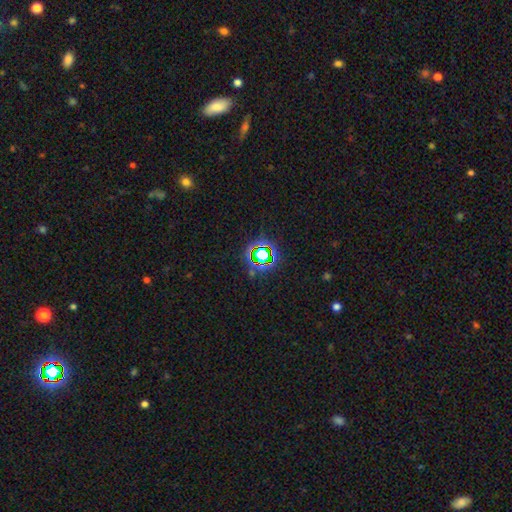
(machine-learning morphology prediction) Overall: star or artifact (76%).